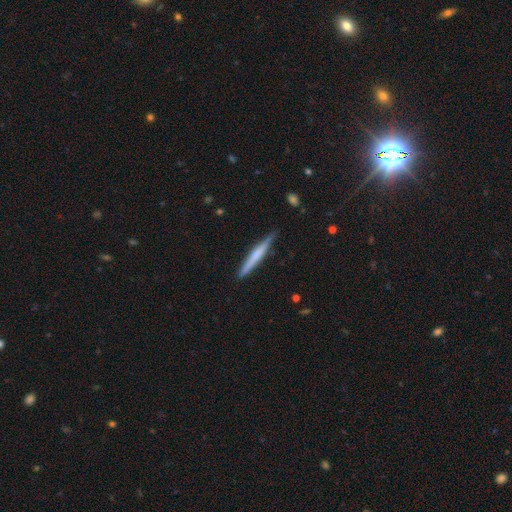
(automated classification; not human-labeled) smooth-or-featured: smooth: 50% | featured or disk: 44% | star or artifact: 5%
  how-rounded: cigar-shaped: 96% | in between: 3% | round: 1%
  merging: none: 85% | minor disturbance: 12% | major disturbance: 2% | merger: 1%